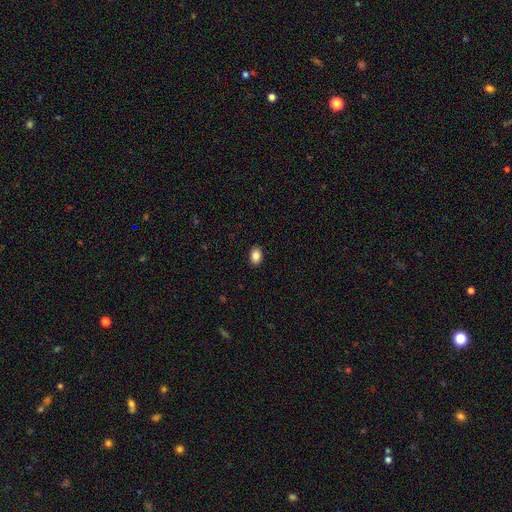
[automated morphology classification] Q: Smooth or featured?
A: smooth (86%); runner-up: star or artifact (8%)
Q: How rounded?
A: in between (83%); runner-up: round (16%)
Q: Merging?
A: none (90%); runner-up: minor disturbance (7%)